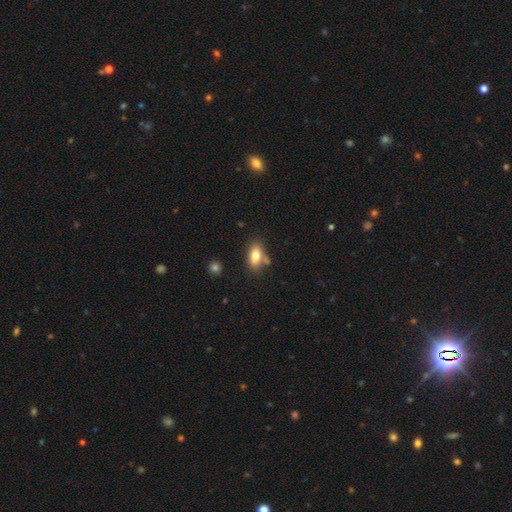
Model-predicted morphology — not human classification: Smooth or featured? smooth (78%)
How rounded? in between (88%)
Merging? none (64%)